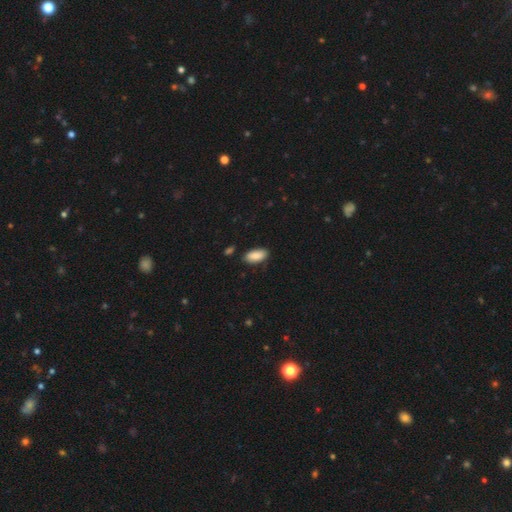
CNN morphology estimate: A smooth galaxy with no disk features (89%) that is in between round and cigar-shaped (90%).

Vote fractions:
- Smooth or featured? smooth: 89% / star or artifact: 6% / featured or disk: 5%
- How rounded? in between: 90% / cigar-shaped: 8% / round: 2%
- Merging? none: 82% / minor disturbance: 13% / major disturbance: 3% / merger: 2%